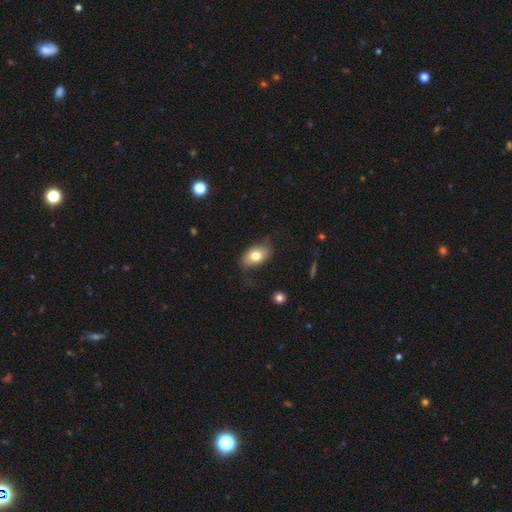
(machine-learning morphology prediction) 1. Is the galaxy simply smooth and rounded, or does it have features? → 72% smooth, 21% featured or disk, 7% star or artifact.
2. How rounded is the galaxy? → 89% in between, 9% round, 2% cigar-shaped.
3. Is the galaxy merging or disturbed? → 65% none, 24% minor disturbance, 9% major disturbance, 2% merger.